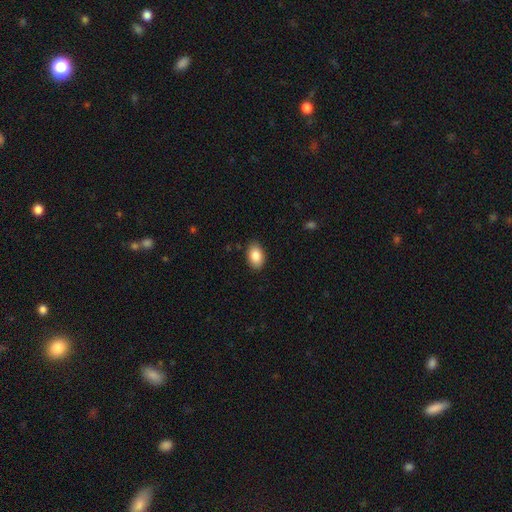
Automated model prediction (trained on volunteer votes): Morphology: type=smooth (87%); roundness=in between (90%); merging=none (88%).